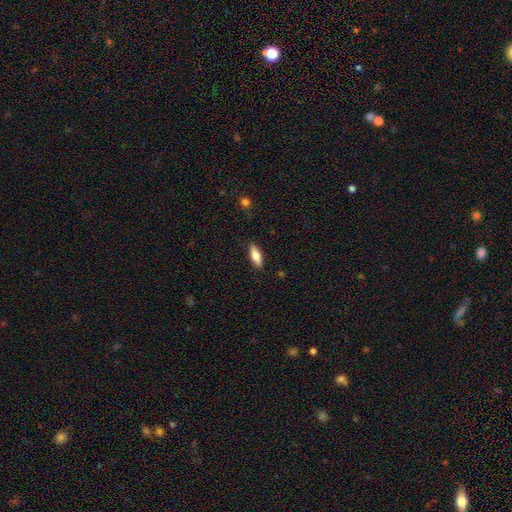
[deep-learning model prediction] Smooth or featured? smooth (73%)
How rounded? in between (65%)
Merging? none (87%)